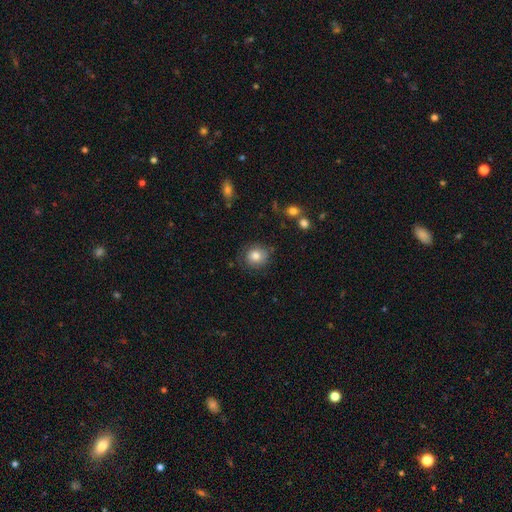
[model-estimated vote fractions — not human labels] Overall: smooth (76%). How rounded: round (82%). Merging: none (77%).